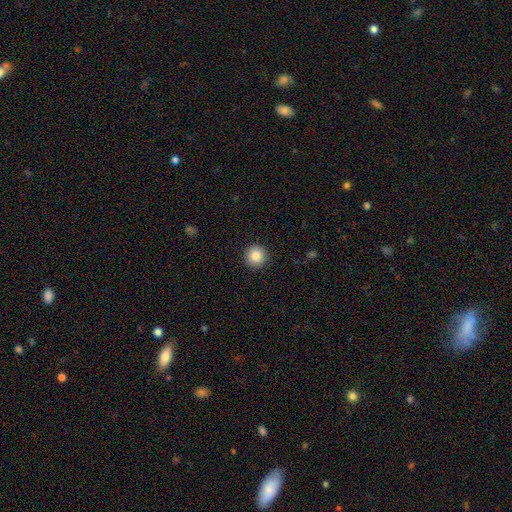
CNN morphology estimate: Q: Smooth or featured?
A: smooth (86%); runner-up: star or artifact (9%)
Q: How rounded?
A: round (95%); runner-up: in between (4%)
Q: Merging?
A: none (92%); runner-up: minor disturbance (5%)